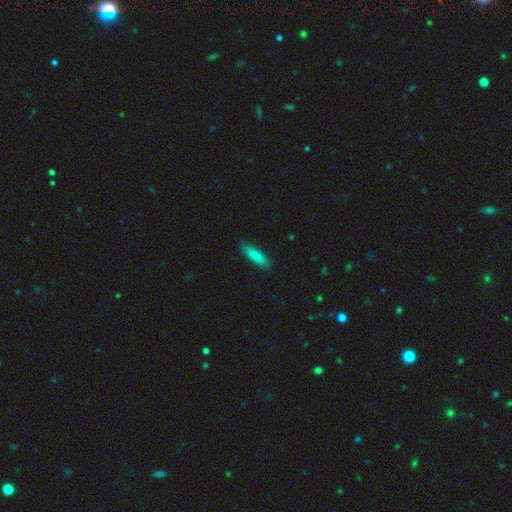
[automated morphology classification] Q: Smooth or featured?
A: smooth (86%); runner-up: featured or disk (8%)
Q: How rounded?
A: cigar-shaped (70%); runner-up: in between (28%)
Q: Merging?
A: none (89%); runner-up: minor disturbance (9%)